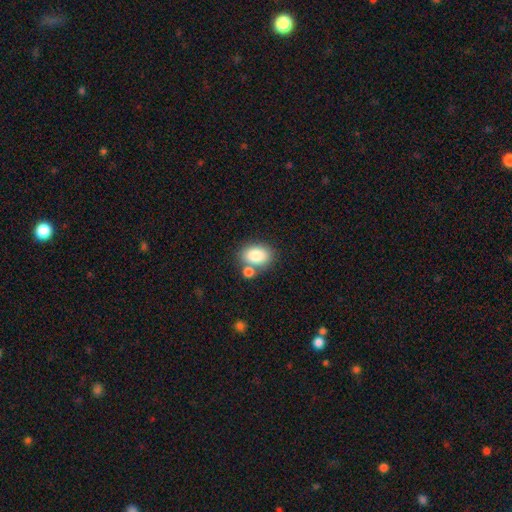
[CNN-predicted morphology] Smooth or featured: smooth — 84% (star or artifact — 8%)
How rounded: in between — 78% (round — 21%)
Merging: none — 60% (merger — 24%)